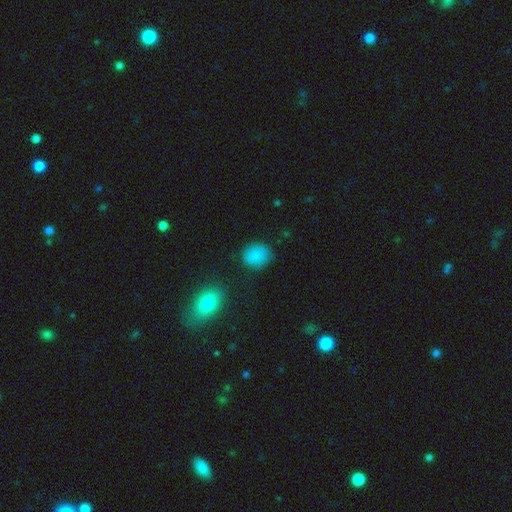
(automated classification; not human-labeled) Smooth or featured? smooth (86%)
How rounded? round (61%)
Merging? none (78%)